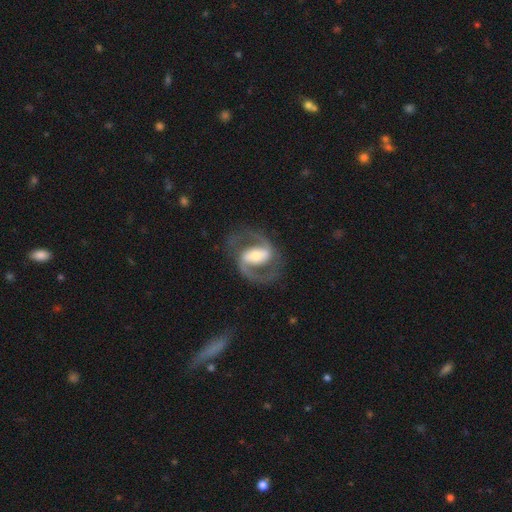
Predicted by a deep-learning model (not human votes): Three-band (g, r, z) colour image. It shows a featured or disk galaxy (89%) with a strong bar (53%), 2 (92%) medium (62%) spiral arms (95%) and a moderate central bulge (53%). Merging: none (78%).